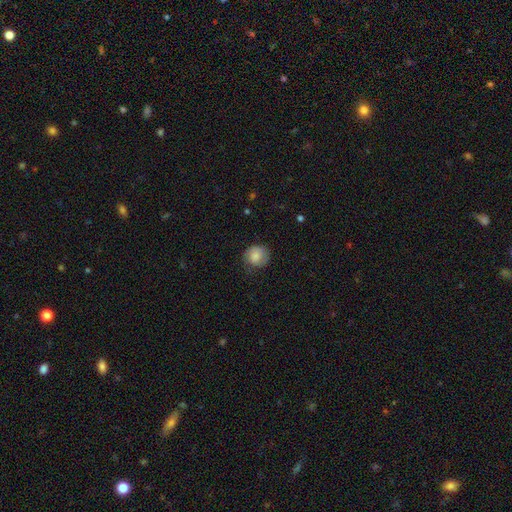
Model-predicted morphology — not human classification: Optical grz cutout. It shows a smooth galaxy with no disk features (71%) that is round (85%). Merging: none (70%).